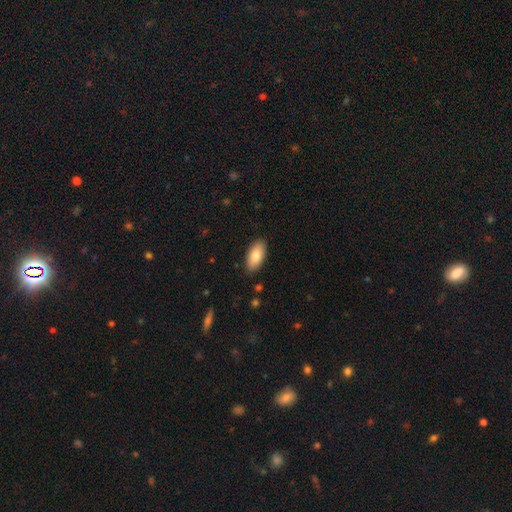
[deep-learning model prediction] smooth_or_featured: smooth (p=0.83) [alt: featured or disk p=0.11]
how_rounded: in between (p=0.92) [alt: cigar-shaped p=0.06]
merging: none (p=0.88) [alt: minor disturbance p=0.09]